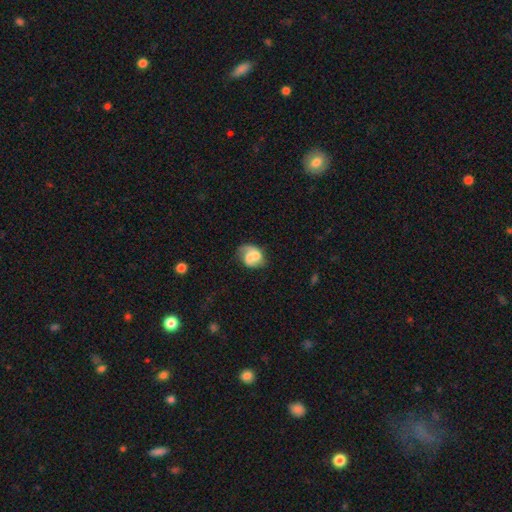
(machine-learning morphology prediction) type=featured or disk (50%); edge-on=no (98%); merging=none (46%).